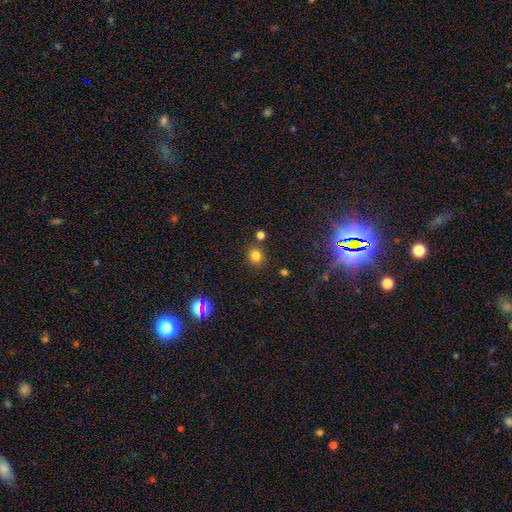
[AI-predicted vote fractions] Smooth or featured?
  - smooth: 80% *
  - star or artifact: 15%
  - featured or disk: 5%
How rounded?
  - round: 84% *
  - in between: 15%
  - cigar-shaped: 1%
Merging?
  - none: 81% *
  - minor disturbance: 9%
  - merger: 7%
  - major disturbance: 3%